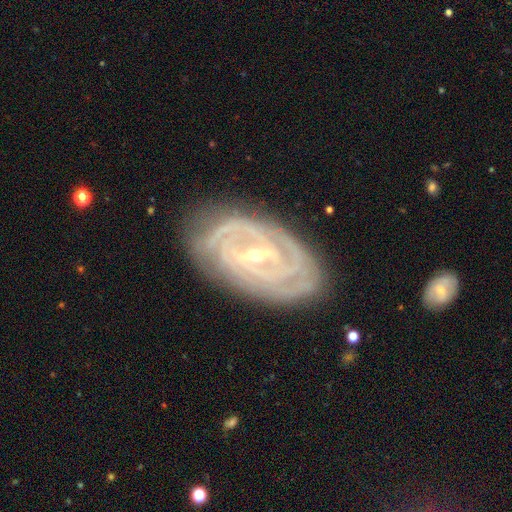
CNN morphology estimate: type=featured or disk (90%); edge-on=no (95%); bar=strong (49%); spiral arms=yes (96%); winding=tight (77%); arm count=2 (28%); bulge=small (65%); merging=none (79%).